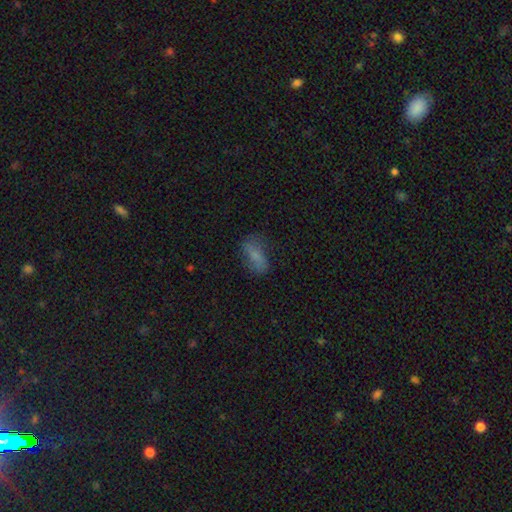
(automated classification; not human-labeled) A smooth galaxy with no disk features (67%) that is in between round and cigar-shaped (79%).

Vote fractions:
- Smooth or featured? smooth: 67% / featured or disk: 22% / star or artifact: 11%
- How rounded? in between: 79% / cigar-shaped: 16% / round: 5%
- Merging? none: 64% / minor disturbance: 24% / major disturbance: 10% / merger: 2%